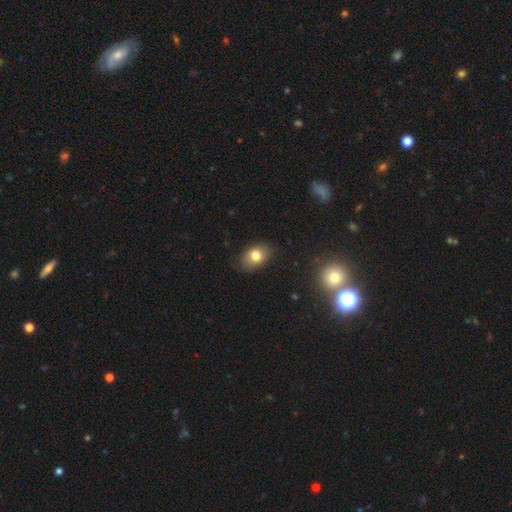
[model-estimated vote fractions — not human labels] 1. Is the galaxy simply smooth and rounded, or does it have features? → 78% smooth, 11% featured or disk, 11% star or artifact.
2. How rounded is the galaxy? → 72% in between, 27% round, 1% cigar-shaped.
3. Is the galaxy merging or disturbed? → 79% none, 16% minor disturbance, 4% major disturbance, 1% merger.